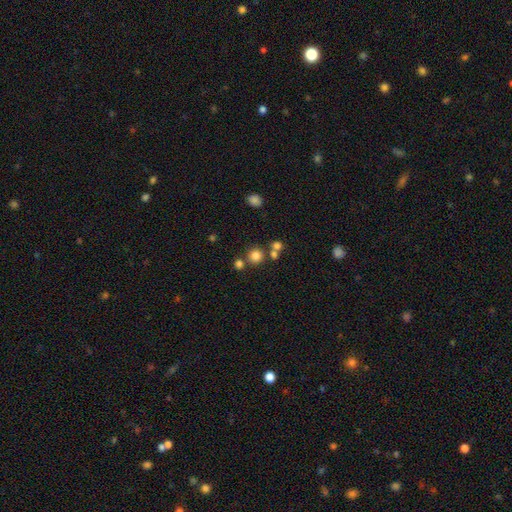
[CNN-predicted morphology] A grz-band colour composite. It shows a smooth galaxy with no disk features (77%) that is round (91%). Merging: none (69%).